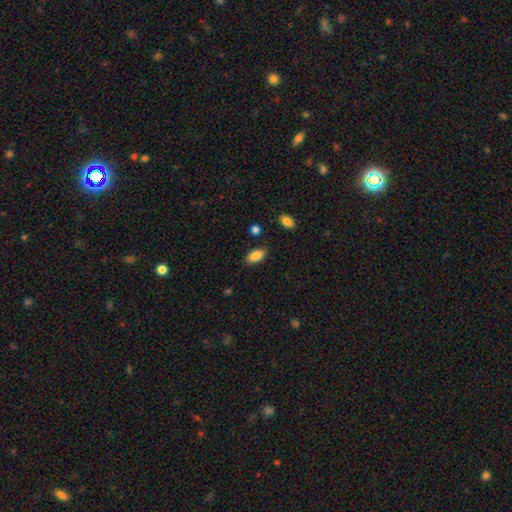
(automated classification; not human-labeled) Q: Smooth or featured?
A: smooth (87%); runner-up: star or artifact (7%)
Q: How rounded?
A: in between (92%); runner-up: cigar-shaped (5%)
Q: Merging?
A: none (85%); runner-up: minor disturbance (10%)